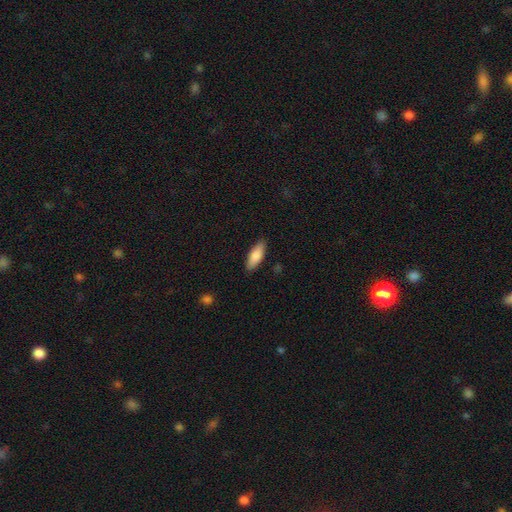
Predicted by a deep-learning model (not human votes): The model was most divided on "how rounded": in between: 62%, cigar-shaped: 37%, round: 2%. More confident: merging — none (87%); smooth or featured — smooth (82%).